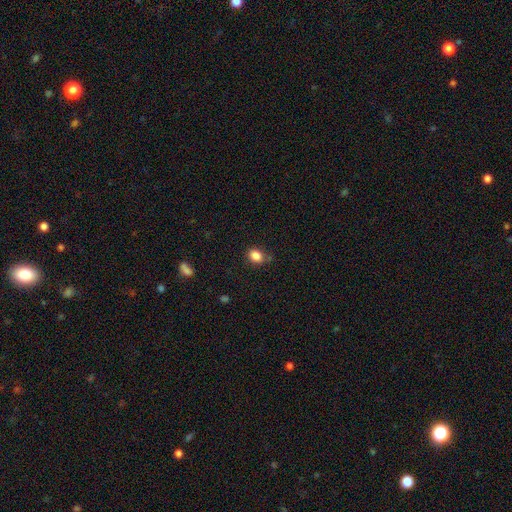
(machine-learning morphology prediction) This is clearly a smooth galaxy (85%). How rounded: possibly in between (56%). Merging: likely none (71%).